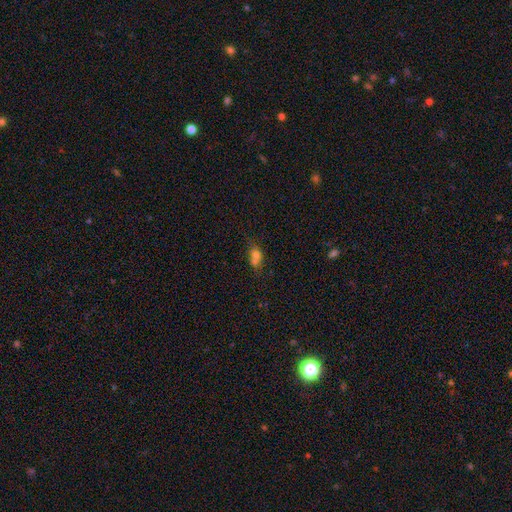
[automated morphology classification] Smooth or featured: smooth — 67% (featured or disk — 18%)
How rounded: in between — 52% (round — 43%)
Merging: merger — 55% (none — 28%)